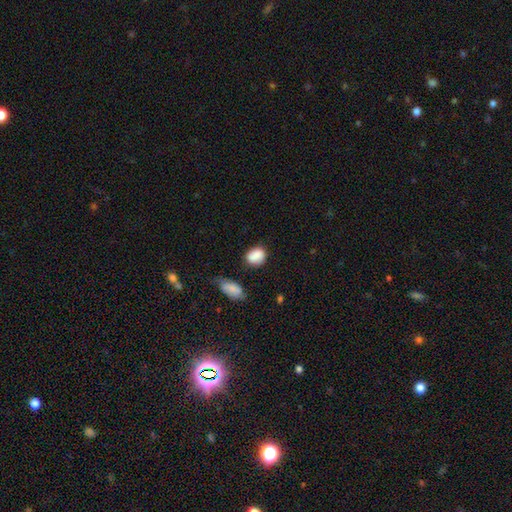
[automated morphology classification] A smooth galaxy with no disk features (85%) that is in between round and cigar-shaped (61%). Merging: none (66%).